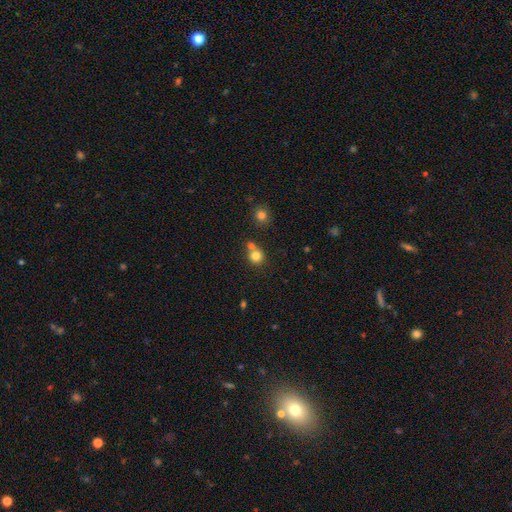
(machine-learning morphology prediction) This is clearly a smooth galaxy (80%). How rounded: clearly round (87%). Merging: possibly none (57%).